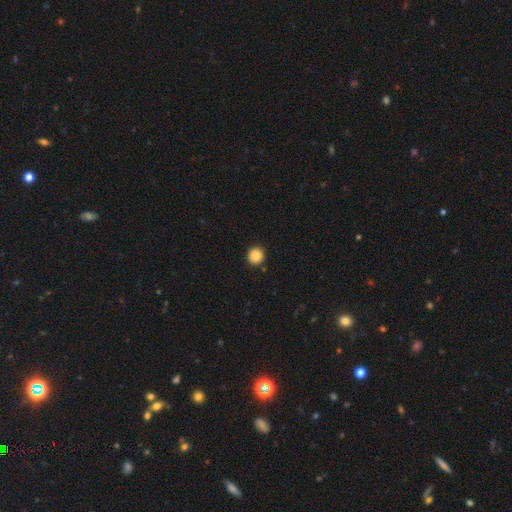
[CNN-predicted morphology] smooth-or-featured: smooth: 87% | star or artifact: 9% | featured or disk: 4%
  how-rounded: round: 94% | in between: 5% | cigar-shaped: 1%
  merging: none: 92% | minor disturbance: 5% | major disturbance: 2% | merger: 1%